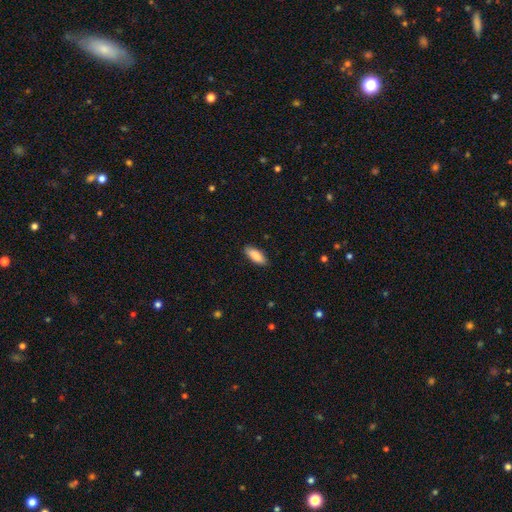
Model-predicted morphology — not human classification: Smooth or featured: smooth — 87% (featured or disk — 7%)
How rounded: in between — 75% (cigar-shaped — 24%)
Merging: none — 87% (minor disturbance — 10%)